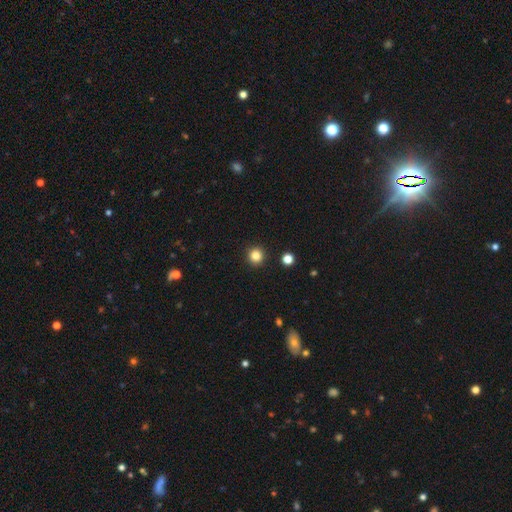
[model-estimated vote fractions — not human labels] Smooth or featured? Predicted: smooth (p=0.84). How rounded? Predicted: round (p=0.94). Merging? Predicted: none (p=0.93).